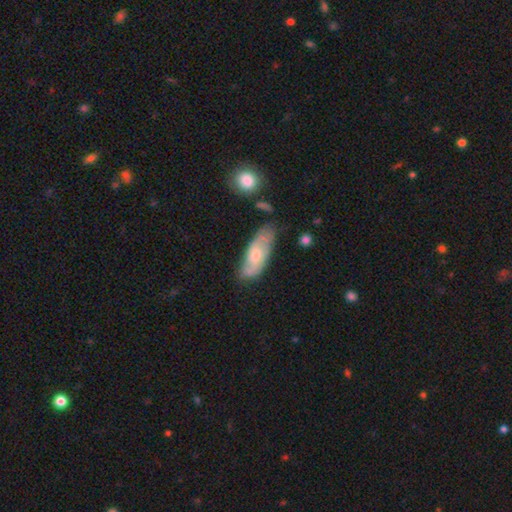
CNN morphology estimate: smooth_or_featured: smooth (p=0.48) [alt: featured or disk p=0.46]
merging: none (p=0.60) [alt: minor disturbance p=0.28]